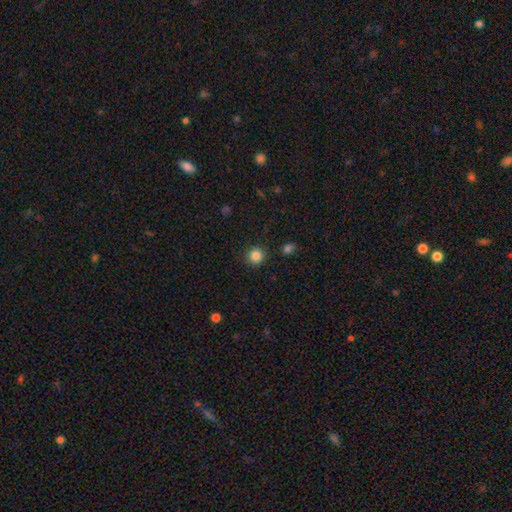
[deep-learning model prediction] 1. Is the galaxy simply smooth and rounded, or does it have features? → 84% smooth, 11% star or artifact, 4% featured or disk.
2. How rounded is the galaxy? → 94% round, 5% in between, 1% cigar-shaped.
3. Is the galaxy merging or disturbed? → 90% none, 6% minor disturbance, 2% major disturbance, 2% merger.